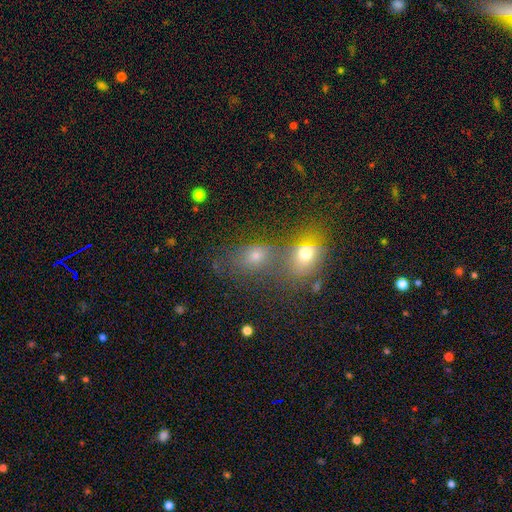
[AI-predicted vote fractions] A smooth galaxy with no disk features (62%) that is in between round and cigar-shaped (64%).

Vote fractions:
- Smooth or featured? smooth: 62% / star or artifact: 22% / featured or disk: 16%
- How rounded? in between: 64% / round: 33% / cigar-shaped: 2%
- Merging? merger: 46% / none: 38% / minor disturbance: 10% / major disturbance: 6%